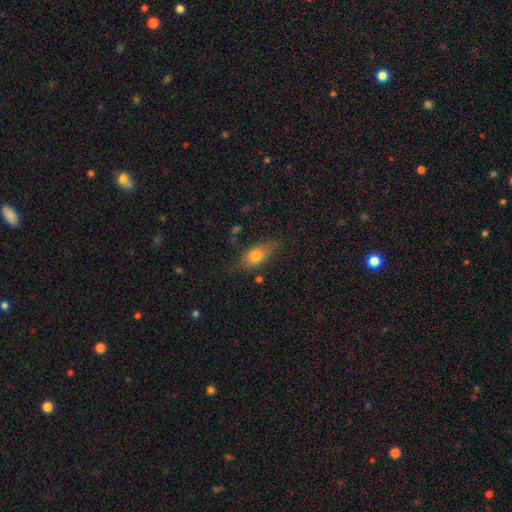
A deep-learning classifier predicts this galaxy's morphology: Overall: smooth (74%). How rounded: in between (80%). Merging: none (64%; minor disturbance 25%).